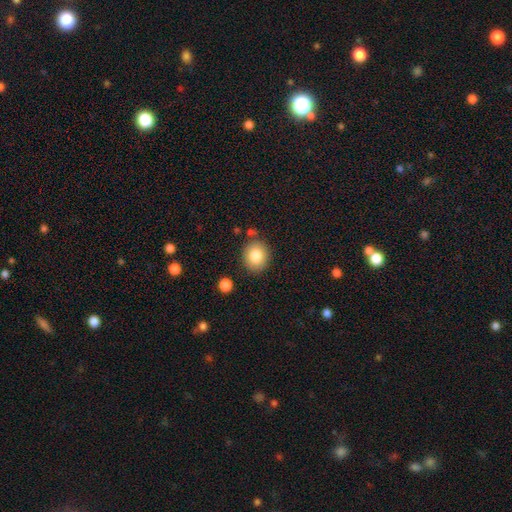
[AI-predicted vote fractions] smooth-or-featured: smooth: 83% | star or artifact: 9% | featured or disk: 9%
  how-rounded: round: 75% | in between: 25% | cigar-shaped: 1%
  merging: none: 83% | minor disturbance: 10% | merger: 4% | major disturbance: 3%